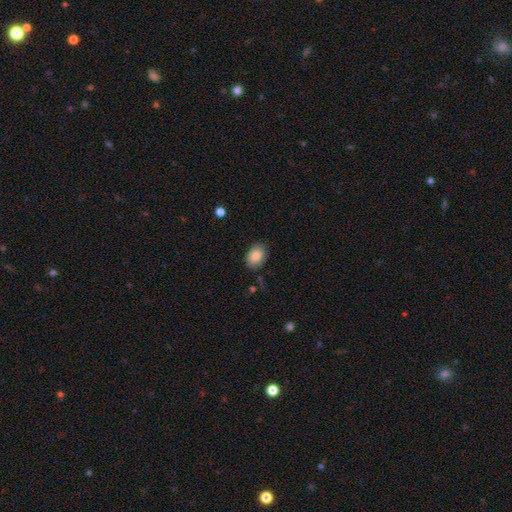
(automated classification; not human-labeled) Overall: smooth (84%). How rounded: in between (77%). Merging: none (82%).